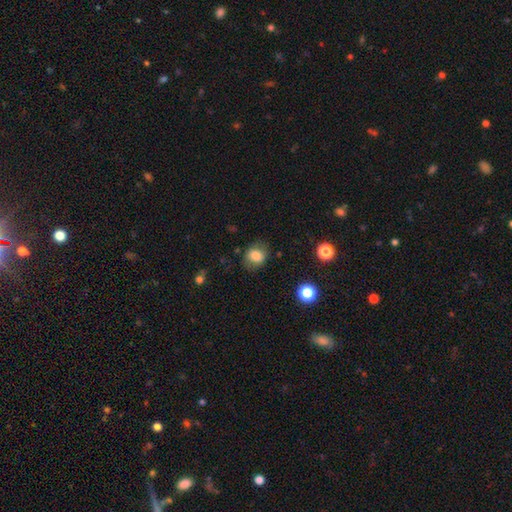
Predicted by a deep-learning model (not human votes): This appears to be a smooth galaxy with no disk features (80%) that is round (62%). Merging: none (76%).